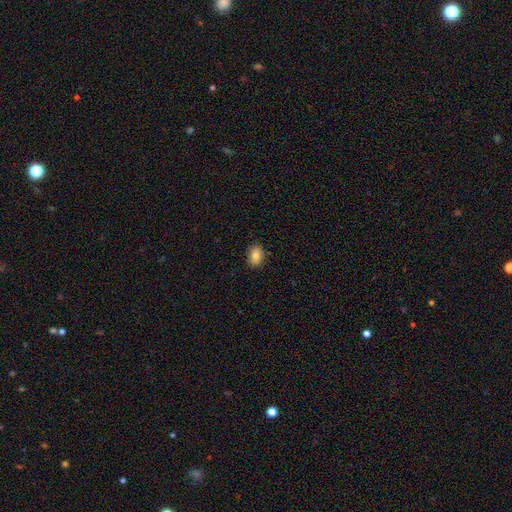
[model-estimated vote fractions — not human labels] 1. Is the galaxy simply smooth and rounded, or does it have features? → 84% smooth, 9% star or artifact, 8% featured or disk.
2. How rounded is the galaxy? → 74% in between, 25% round, 1% cigar-shaped.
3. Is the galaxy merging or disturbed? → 88% none, 9% minor disturbance, 2% major disturbance, 1% merger.